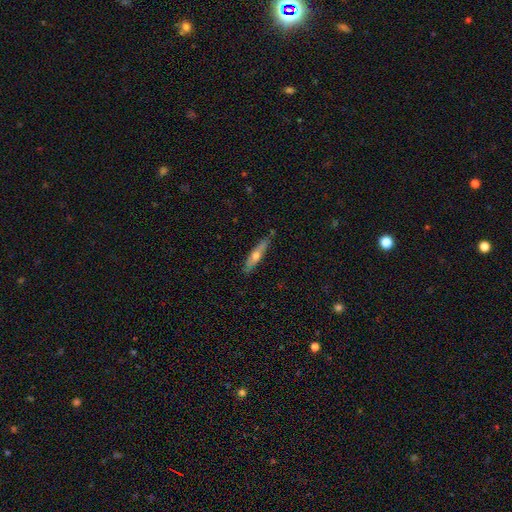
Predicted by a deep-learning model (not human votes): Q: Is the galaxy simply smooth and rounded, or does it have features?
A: featured or disk — 48%.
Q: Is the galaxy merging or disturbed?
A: none — 81%.